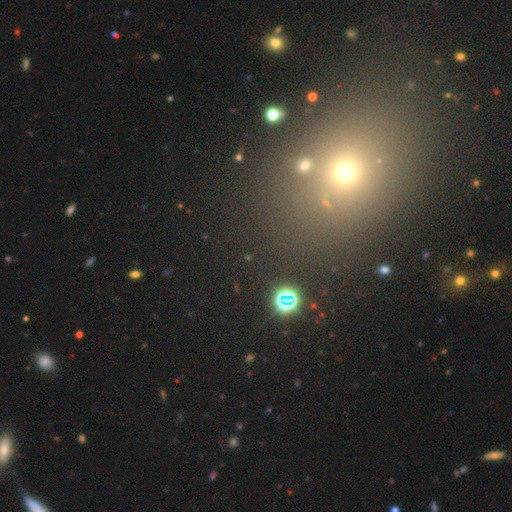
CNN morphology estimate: The model was most divided on "smooth or featured": star or artifact: 48%, smooth: 43%, featured or disk: 10%.